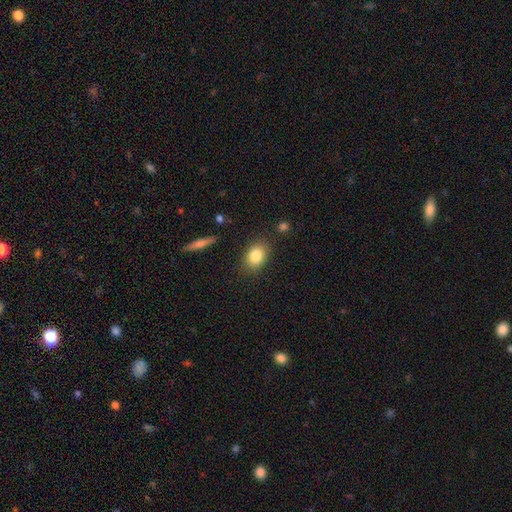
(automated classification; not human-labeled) Overall: smooth (82%). How rounded: in between (76%). Merging: none (84%).